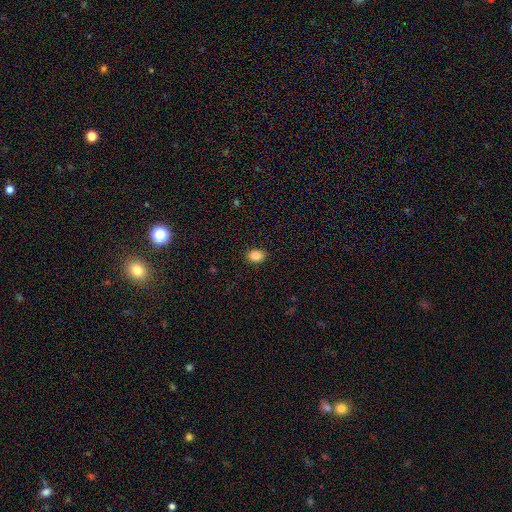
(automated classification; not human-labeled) A smooth galaxy with no disk features (86%) that is in between round and cigar-shaped (59%). Merging: none (90%).